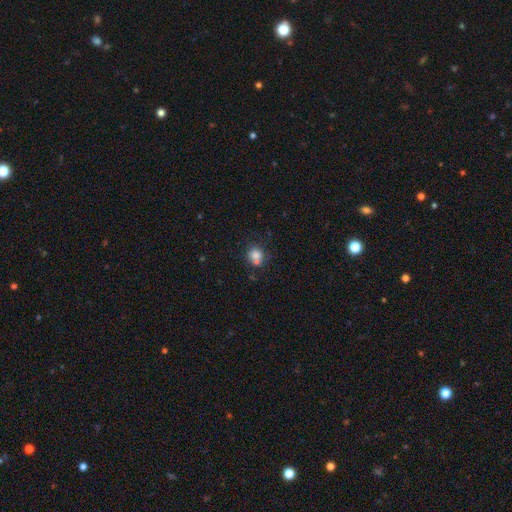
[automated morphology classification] smooth_or_featured: smooth (p=0.77) [alt: star or artifact p=0.12]
how_rounded: round (p=0.80) [alt: in between p=0.19]
merging: none (p=0.54) [alt: merger p=0.26]